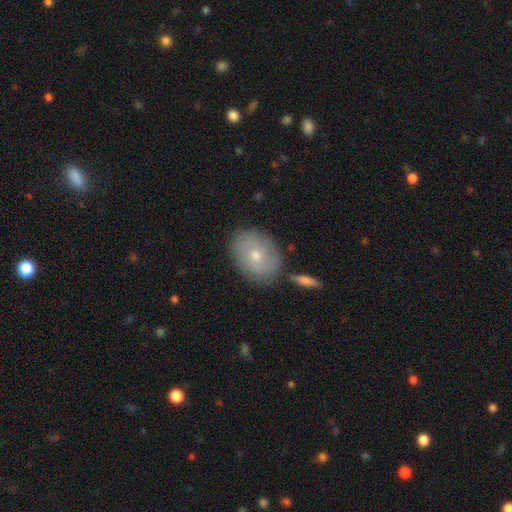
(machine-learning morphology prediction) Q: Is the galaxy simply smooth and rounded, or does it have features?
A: smooth — 61%.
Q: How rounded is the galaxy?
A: in between — 67%.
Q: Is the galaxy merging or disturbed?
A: none — 79%.